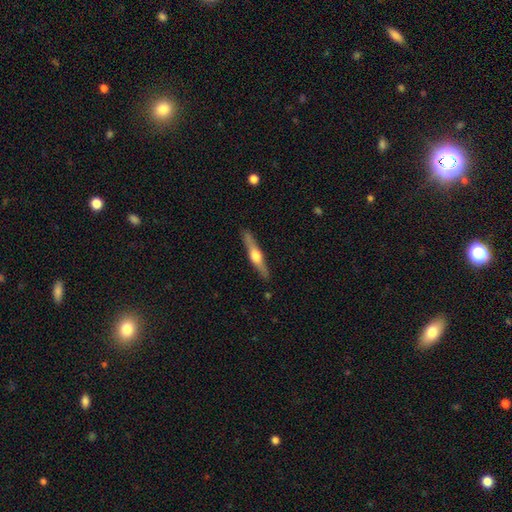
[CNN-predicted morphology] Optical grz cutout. It shows a featured or disk galaxy (66%) viewed edge-on (97%) with a rounded central bulge (93%). Merging: none (88%).